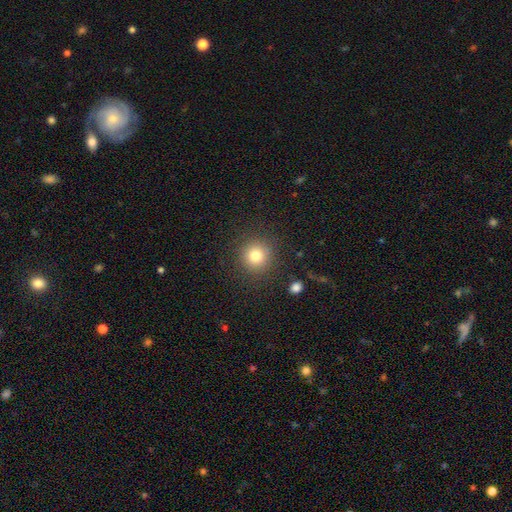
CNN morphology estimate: This appears to be a smooth galaxy with no disk features (79%) that is round (93%). Merging: none (89%).